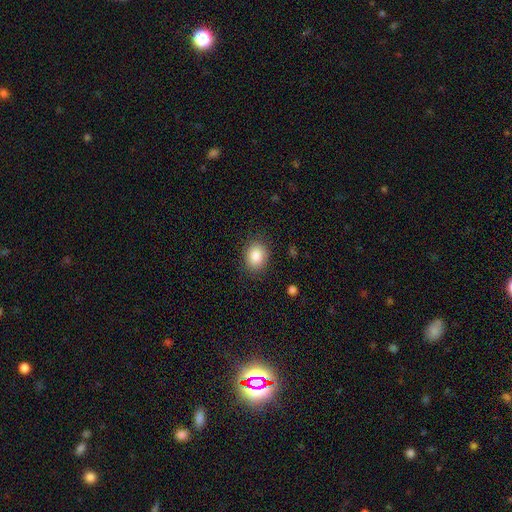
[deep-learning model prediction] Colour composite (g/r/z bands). It shows a smooth galaxy with no disk features (87%) that is in between round and cigar-shaped (52%). Merging: none (85%).